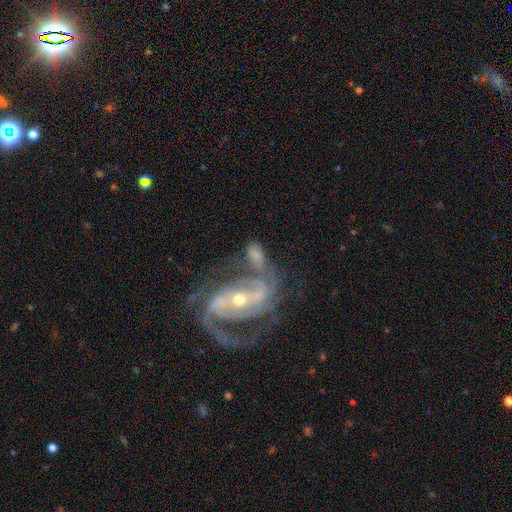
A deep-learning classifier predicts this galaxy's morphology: This appears to be a featured or disk galaxy (63%) with no bar (41%), spiral arms (81%) and a moderate central bulge (54%). Merging: merger (42%).